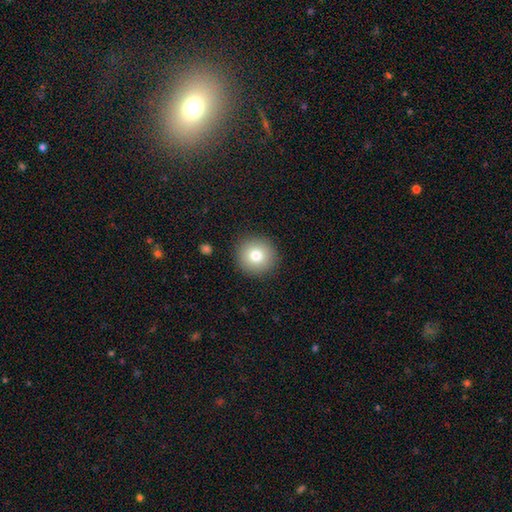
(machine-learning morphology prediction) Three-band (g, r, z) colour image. It shows a smooth galaxy with no disk features (79%) that is round (94%). Merging: none (91%).